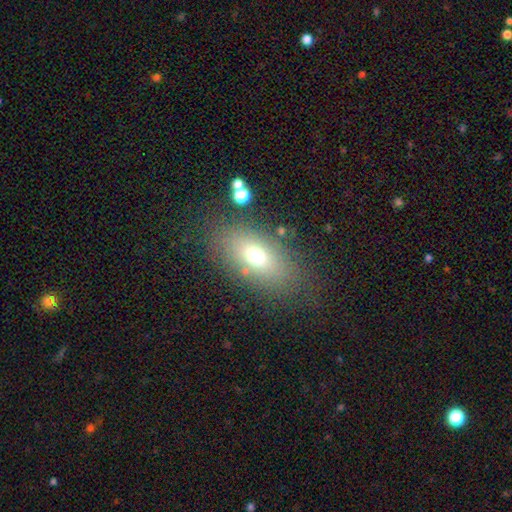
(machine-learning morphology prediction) type=smooth (67%); roundness=in between (80%); merging=none (77%).